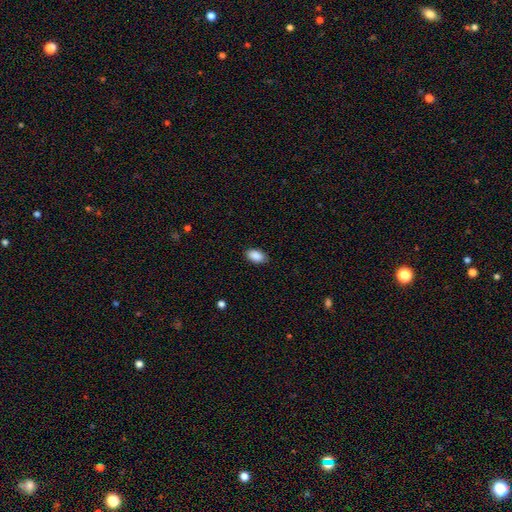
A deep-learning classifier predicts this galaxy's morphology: Smooth or featured? Predicted: smooth (p=0.90). How rounded? Predicted: in between (p=0.93). Merging? Predicted: none (p=0.87).